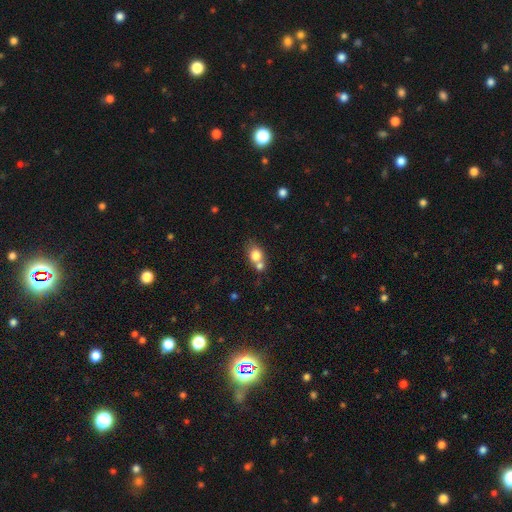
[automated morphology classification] Overall: smooth (78%). How rounded: round (57%; in between 42%). Merging: merger (47%; none 40%).